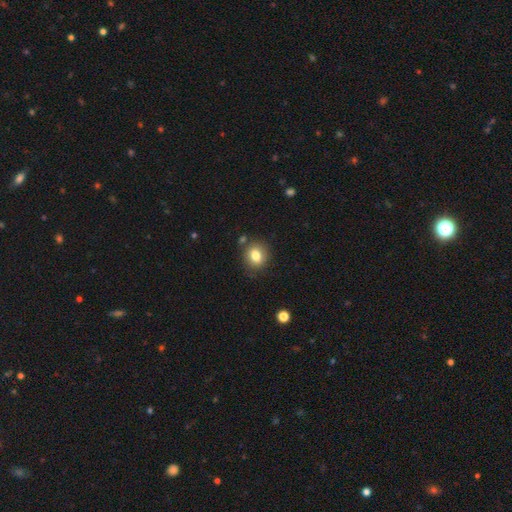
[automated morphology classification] Smooth or featured? Predicted: smooth (p=0.80). How rounded? Predicted: round (p=0.60). Merging? Predicted: none (p=0.80).